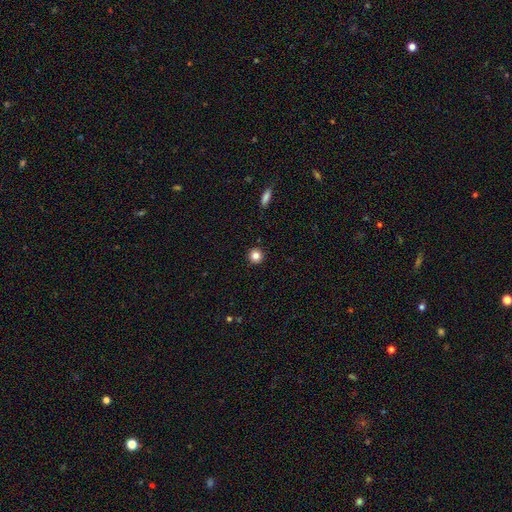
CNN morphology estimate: Smooth or featured? smooth (83%)
How rounded? round (94%)
Merging? none (93%)